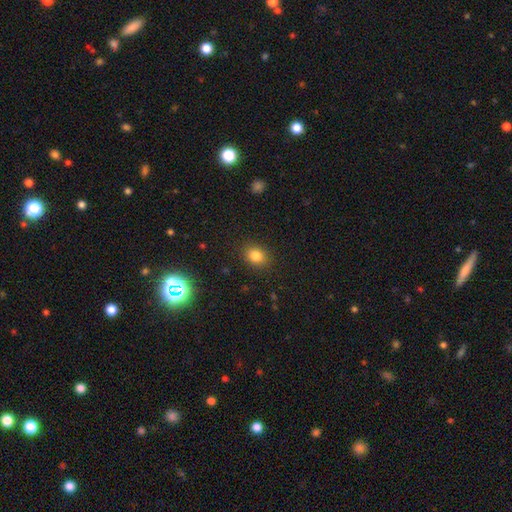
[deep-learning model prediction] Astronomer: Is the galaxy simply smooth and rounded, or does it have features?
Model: smooth — 82%.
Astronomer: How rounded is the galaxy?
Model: in between — 55% (runner-up: round, 44%).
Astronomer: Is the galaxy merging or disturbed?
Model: none — 87%.